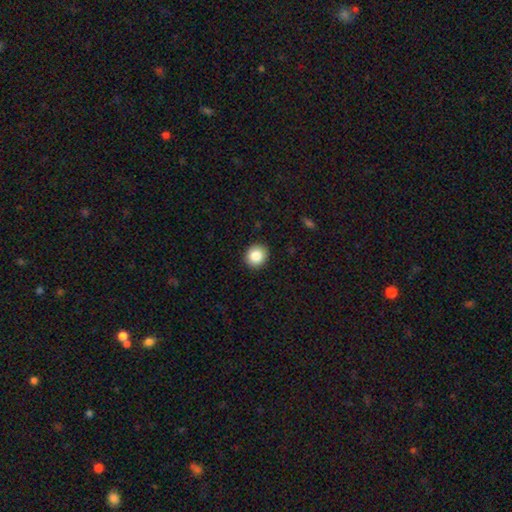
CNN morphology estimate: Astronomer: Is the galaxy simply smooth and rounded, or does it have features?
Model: smooth — 86%.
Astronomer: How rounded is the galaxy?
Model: round — 86%.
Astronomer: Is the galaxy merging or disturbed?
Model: none — 91%.